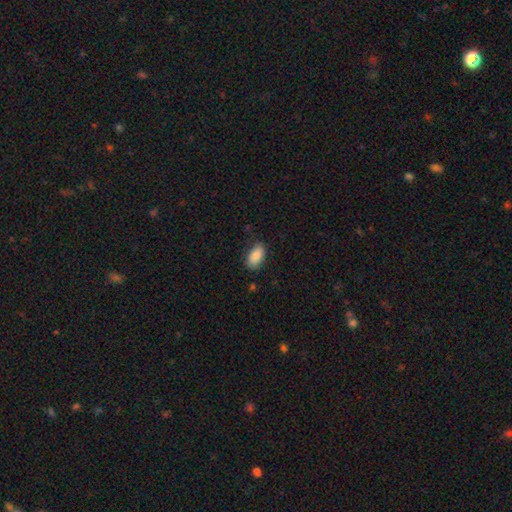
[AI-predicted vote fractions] Smooth or featured? Predicted: smooth (p=0.87). How rounded? Predicted: in between (p=0.93). Merging? Predicted: none (p=0.81).